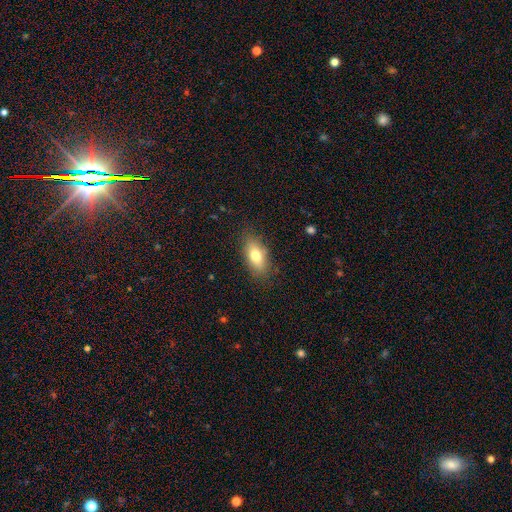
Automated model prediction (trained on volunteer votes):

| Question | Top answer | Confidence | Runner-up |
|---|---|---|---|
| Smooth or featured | smooth | 73% | featured or disk (18%) |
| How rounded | in between | 83% | cigar-shaped (10%) |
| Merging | none | 83% | minor disturbance (12%) |